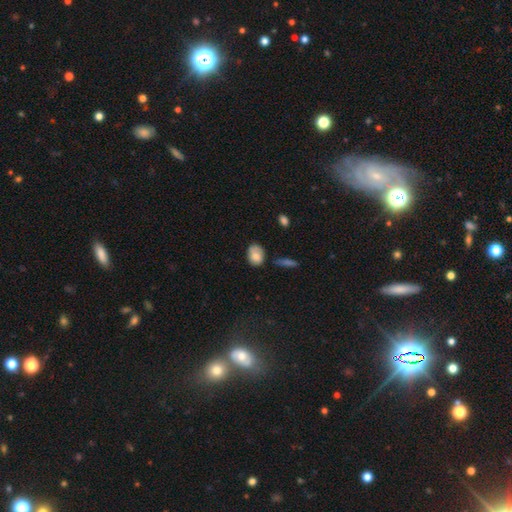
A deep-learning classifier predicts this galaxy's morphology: Overall: smooth (77%). How rounded: in between (62%; round 37%). Merging: none (52%; minor disturbance 32%).